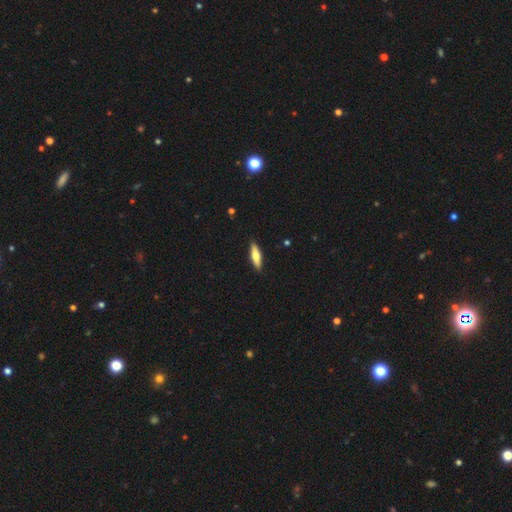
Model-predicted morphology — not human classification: A smooth galaxy with no disk features (60%) that is cigar-shaped (63%).

Vote fractions:
- Smooth or featured? smooth: 60% / featured or disk: 34% / star or artifact: 6%
- How rounded? cigar-shaped: 63% / in between: 35% / round: 2%
- Merging? none: 90% / minor disturbance: 7% / major disturbance: 1% / merger: 1%